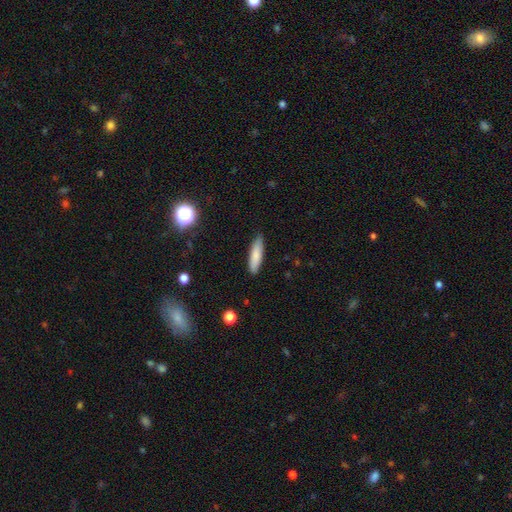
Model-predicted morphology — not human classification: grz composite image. It shows a smooth galaxy with no disk features (83%) that is cigar-shaped (68%). Merging: none (87%).